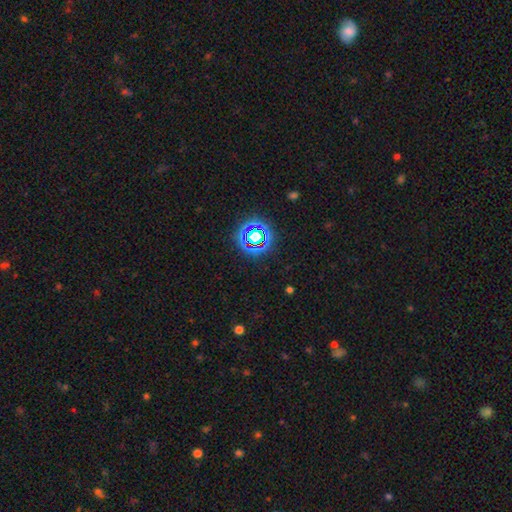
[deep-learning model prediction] Smooth or featured? star or artifact (66%)